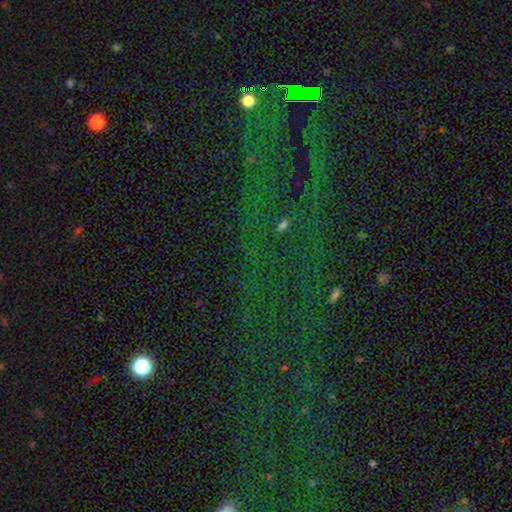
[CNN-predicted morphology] type=star or artifact (77%).